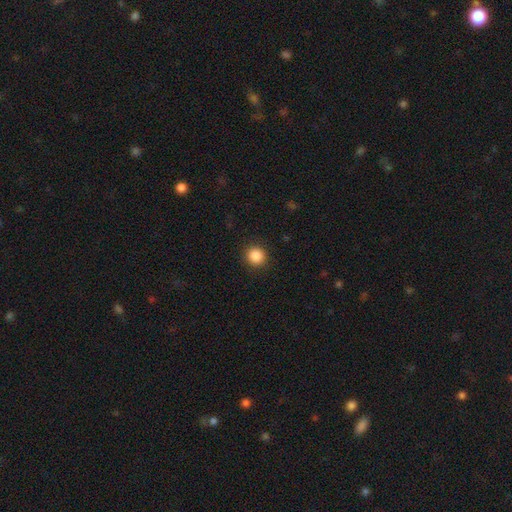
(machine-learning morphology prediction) type=smooth (87%); roundness=round (92%); merging=none (91%).